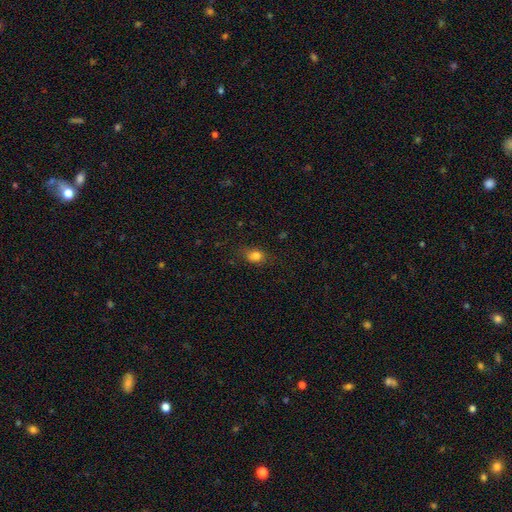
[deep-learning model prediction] A smooth galaxy with no disk features (79%) that is in between round and cigar-shaped (61%). Merging: none (72%).